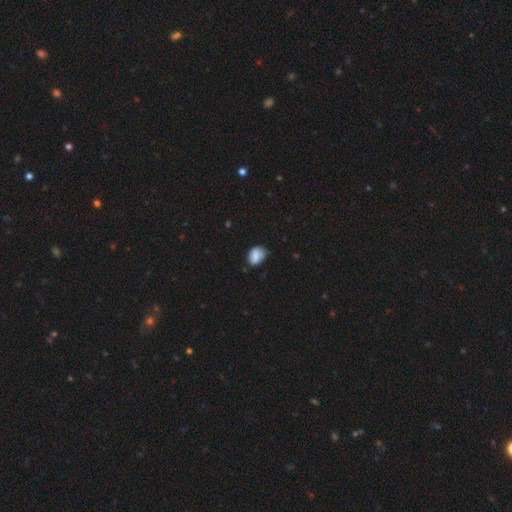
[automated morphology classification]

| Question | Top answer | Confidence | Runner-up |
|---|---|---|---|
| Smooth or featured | smooth | 77% | featured or disk (14%) |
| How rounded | in between | 61% | round (37%) |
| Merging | none | 64% | minor disturbance (28%) |